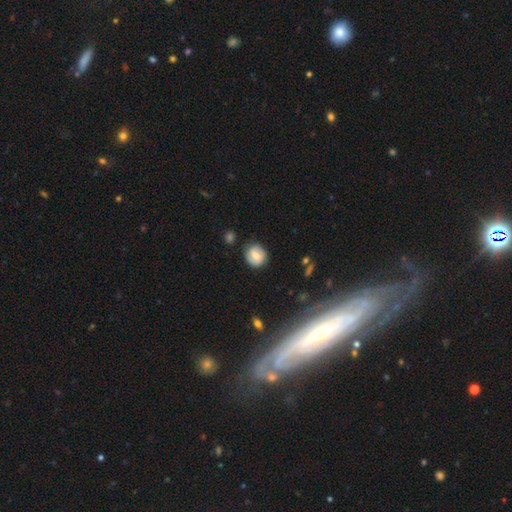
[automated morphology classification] This appears to be a smooth galaxy with no disk features (67%) that is round (84%). Merging: none (80%).